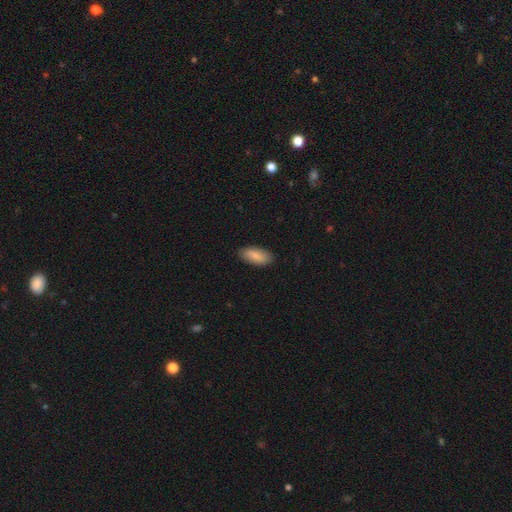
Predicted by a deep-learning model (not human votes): This is clearly a smooth galaxy (86%). How rounded: clearly in between (87%). Merging: clearly none (87%).